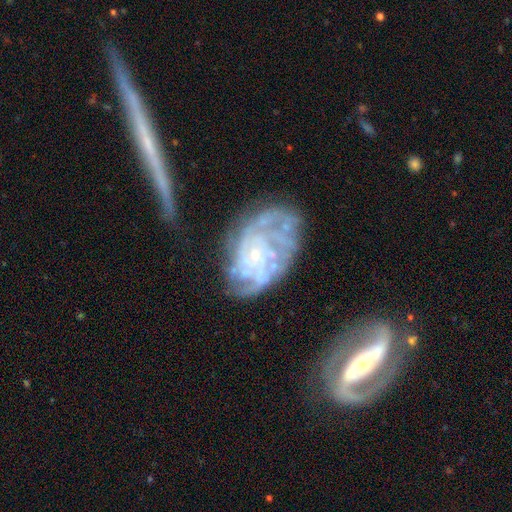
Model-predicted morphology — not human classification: A featured or disk galaxy (82%) with no bar (78%), tight (62%) spiral arms (90%) and a small central bulge (83%). Merging: none (48%).